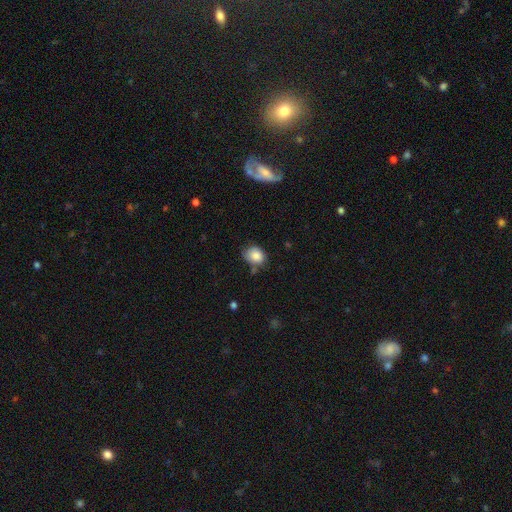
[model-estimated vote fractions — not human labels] A smooth galaxy with no disk features (84%) that is round (50%).

Vote fractions:
- Smooth or featured? smooth: 84% / star or artifact: 9% / featured or disk: 8%
- How rounded? round: 50% / in between: 49% / cigar-shaped: 1%
- Merging? none: 60% / minor disturbance: 28% / merger: 6% / major disturbance: 6%